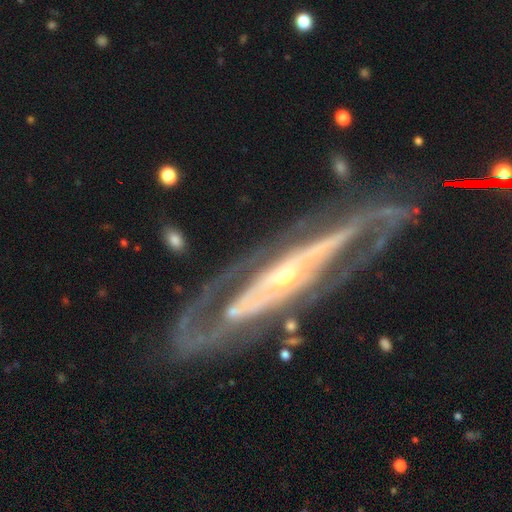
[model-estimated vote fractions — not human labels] Morphology: type=featured or disk (89%); edge-on=no (82%); bar=no (47%); spiral arms=yes (89%); winding=tight (42%); arm count=2 (71%); bulge=small (71%); merging=none (73%).